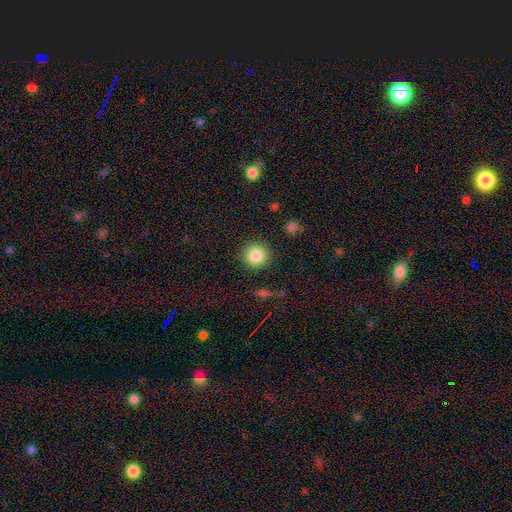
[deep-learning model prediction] Overall: smooth (85%). How rounded: round (93%). Merging: none (89%).